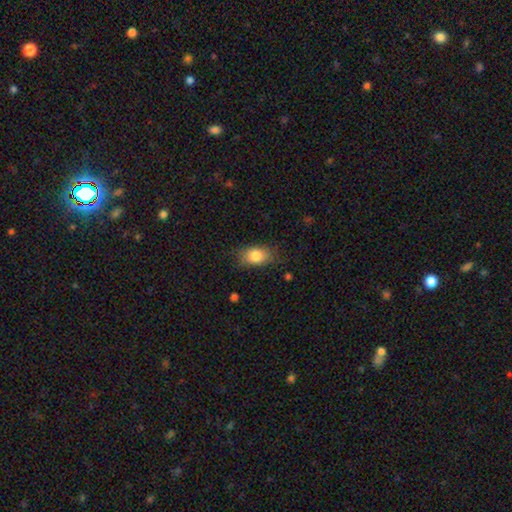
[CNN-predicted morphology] Q: Smooth or featured?
A: smooth (82%); runner-up: featured or disk (10%)
Q: How rounded?
A: in between (83%); runner-up: round (15%)
Q: Merging?
A: none (77%); runner-up: minor disturbance (17%)